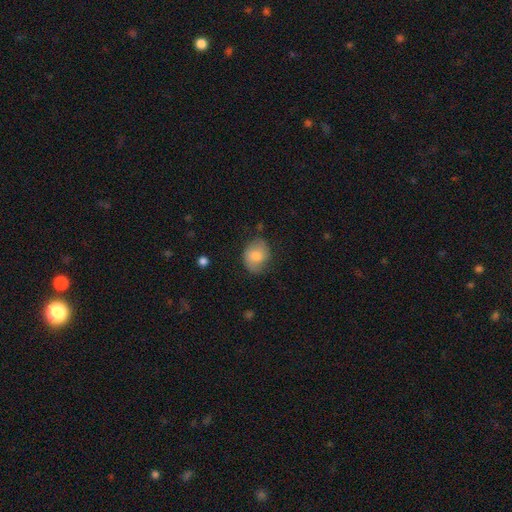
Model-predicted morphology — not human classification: smooth_or_featured: smooth (p=0.68) [alt: featured or disk p=0.24]
how_rounded: in between (p=0.51) [alt: round p=0.48]
merging: none (p=0.64) [alt: minor disturbance p=0.27]